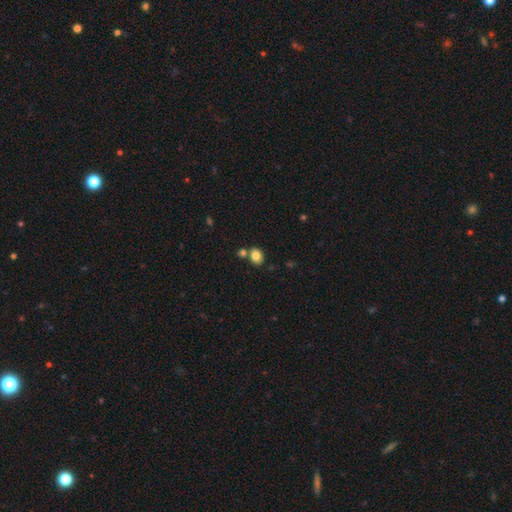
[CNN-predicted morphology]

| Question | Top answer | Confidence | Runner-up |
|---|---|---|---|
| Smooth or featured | smooth | 83% | star or artifact (10%) |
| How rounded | round | 60% | in between (39%) |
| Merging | none | 67% | merger (20%) |